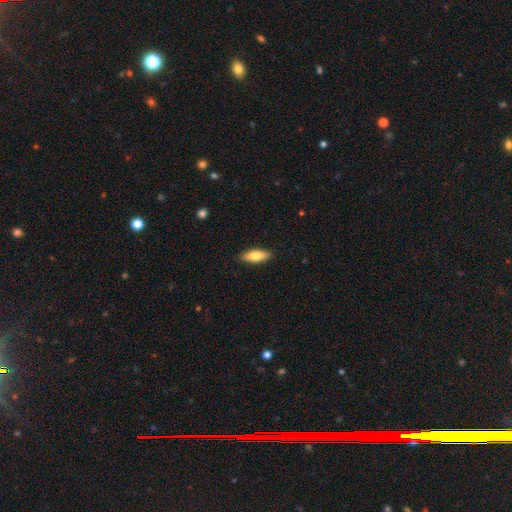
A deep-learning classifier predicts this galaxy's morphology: A smooth galaxy with no disk features (73%) that is in between round and cigar-shaped (62%). Merging: none (89%).